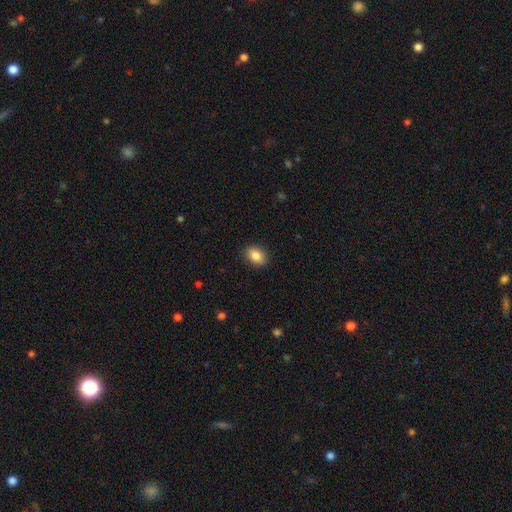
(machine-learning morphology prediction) smooth_or_featured: smooth (p=0.85) [alt: star or artifact p=0.08]
how_rounded: in between (p=0.77) [alt: round p=0.22]
merging: none (p=0.90) [alt: minor disturbance p=0.07]